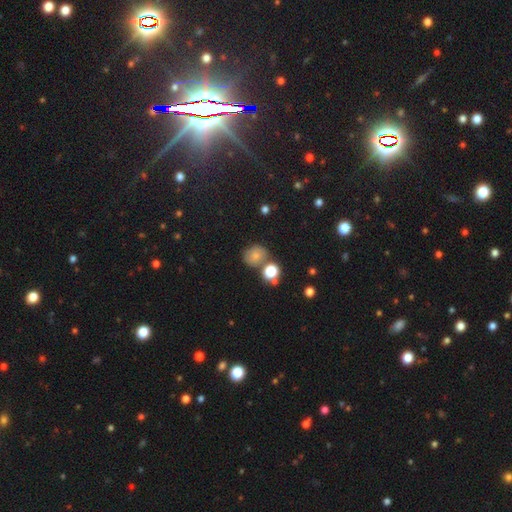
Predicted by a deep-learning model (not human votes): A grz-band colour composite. It shows a smooth galaxy with no disk features (73%) that is round (75%). Merging: none (63%).